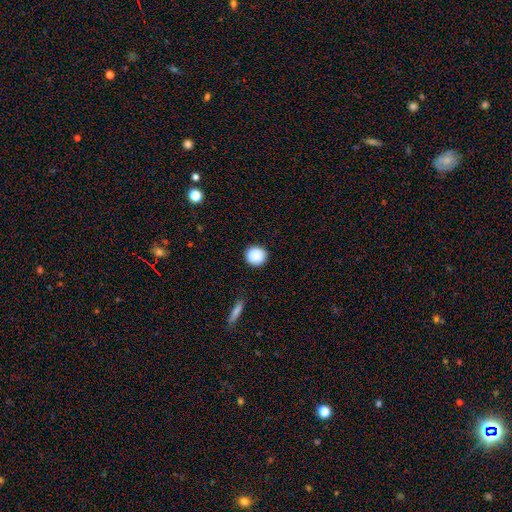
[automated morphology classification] This appears to be a smooth galaxy with no disk features (88%) that is round (92%). Merging: none (90%).